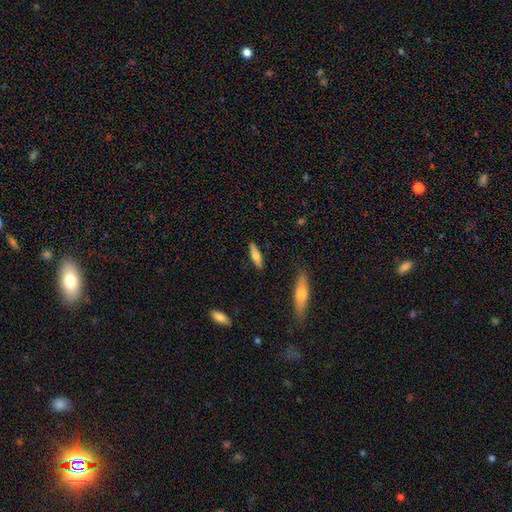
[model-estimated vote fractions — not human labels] This appears to be a smooth galaxy with no disk features (56%) that is cigar-shaped (62%). Merging: none (87%).